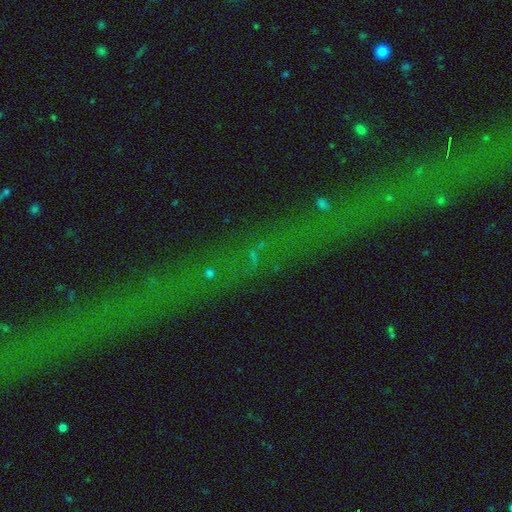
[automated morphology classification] This is likely a star or artifact rather than a galaxy (60%).